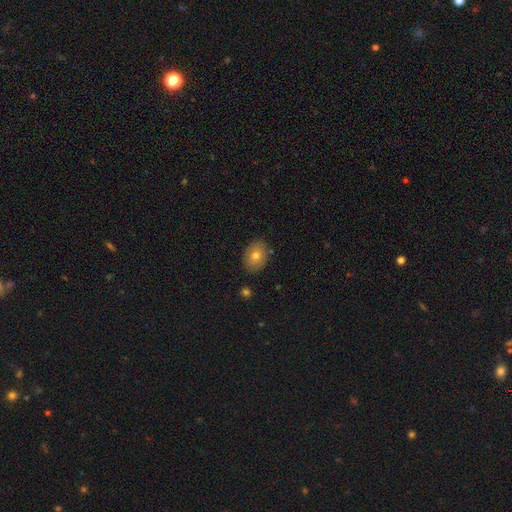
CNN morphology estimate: This appears to be a smooth galaxy with no disk features (74%) that is in between round and cigar-shaped (67%). Merging: none (86%).